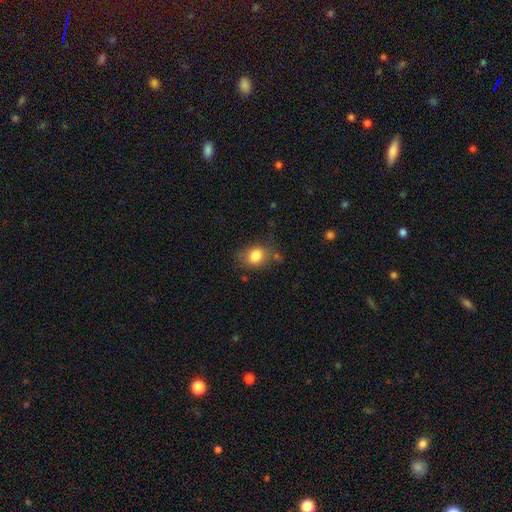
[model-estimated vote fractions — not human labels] Smooth or featured?
  - smooth: 82% *
  - featured or disk: 9%
  - star or artifact: 9%
How rounded?
  - in between: 52% *
  - round: 47%
  - cigar-shaped: 1%
Merging?
  - none: 62% *
  - minor disturbance: 24%
  - major disturbance: 10%
  - merger: 4%